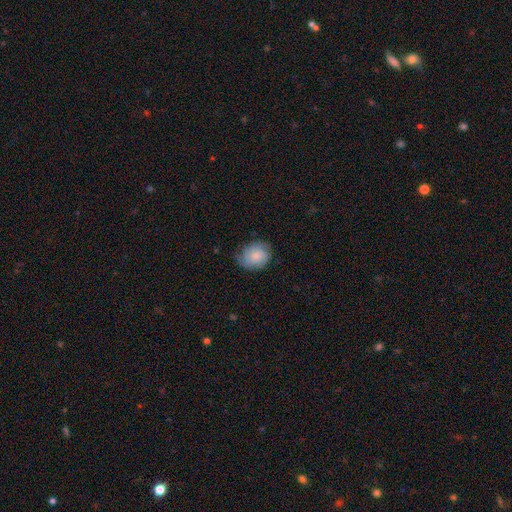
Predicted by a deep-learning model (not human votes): This is likely a smooth galaxy (79%). How rounded: possibly in between (50%). Merging: likely none (69%).